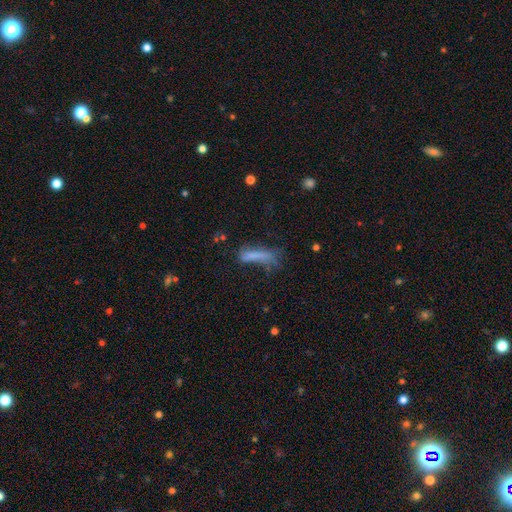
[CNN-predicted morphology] This is likely a smooth galaxy (67%). How rounded: likely cigar-shaped (75%). Merging: marginally none (38%).